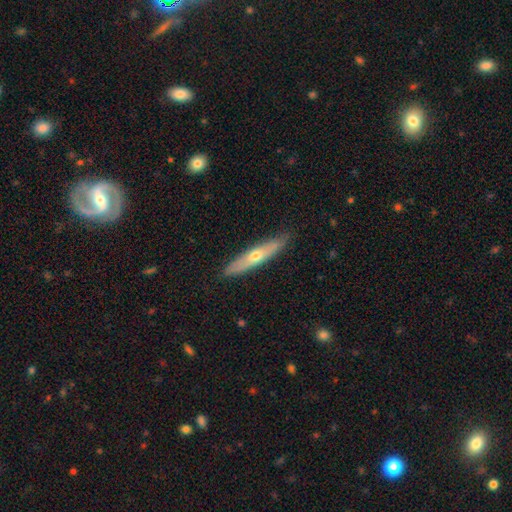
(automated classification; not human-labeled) This appears to be a featured or disk galaxy (51%) viewed edge-on (82%). Merging: none (87%).